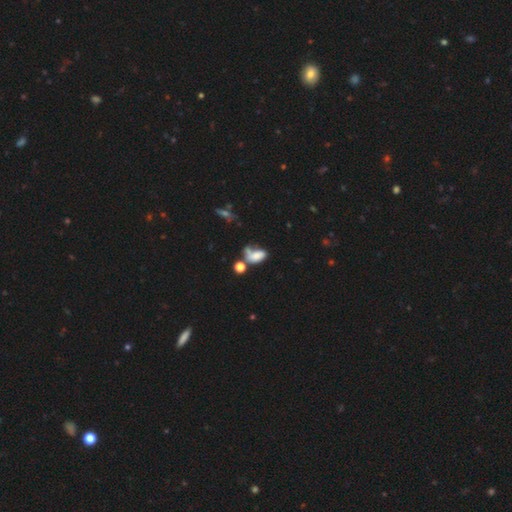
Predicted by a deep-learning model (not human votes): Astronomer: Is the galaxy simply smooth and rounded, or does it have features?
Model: smooth — 68%.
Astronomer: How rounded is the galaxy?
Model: in between — 85%.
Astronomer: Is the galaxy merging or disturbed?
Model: merger — 36% (runner-up: none, 27%).